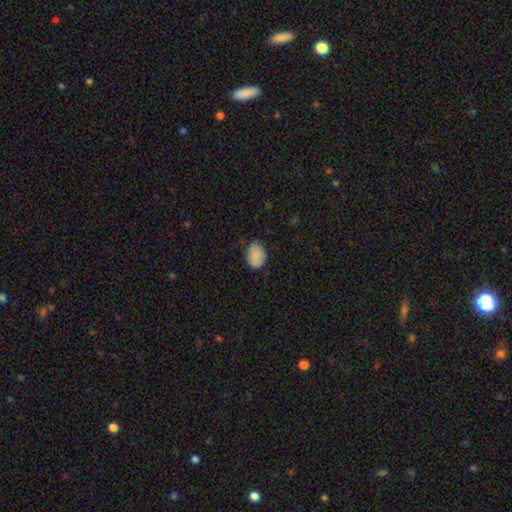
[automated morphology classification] Smooth or featured?
  - smooth: 87% *
  - star or artifact: 7%
  - featured or disk: 5%
How rounded?
  - in between: 72% *
  - round: 27%
  - cigar-shaped: 1%
Merging?
  - none: 74% *
  - minor disturbance: 21%
  - major disturbance: 4%
  - merger: 1%